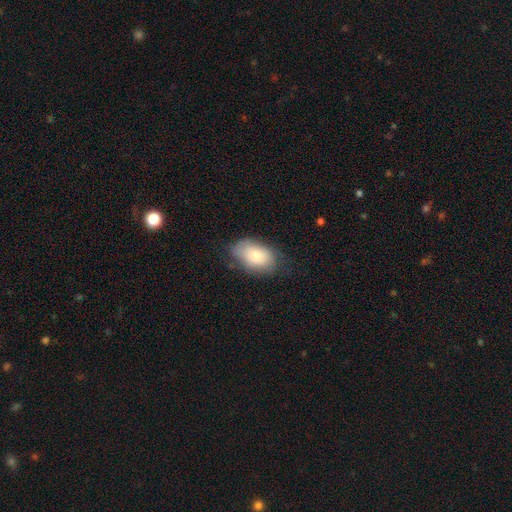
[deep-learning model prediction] The model was most divided on "merging": none: 65%, minor disturbance: 26%, major disturbance: 8%, merger: 1%. More confident: how rounded — in between (91%); smooth or featured — smooth (79%).